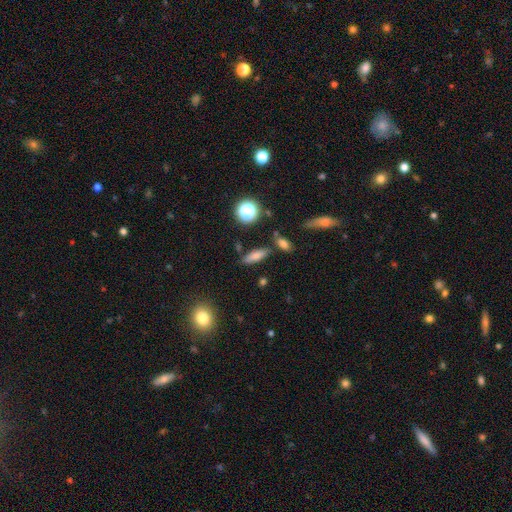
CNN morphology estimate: type=smooth (72%); roundness=in between (48%); merging=none (79%).